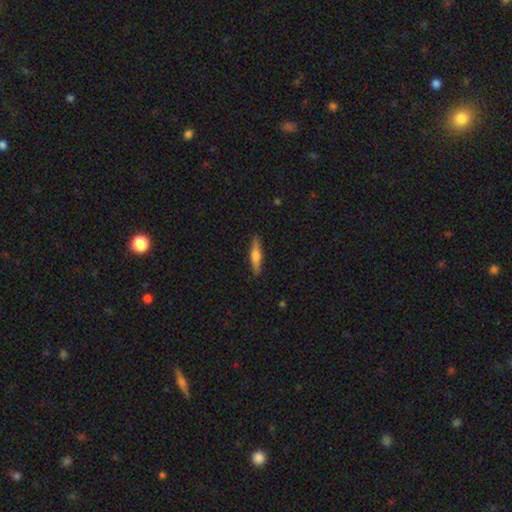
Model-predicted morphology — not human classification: Smooth or featured: smooth — 54% (featured or disk — 40%)
How rounded: cigar-shaped — 79% (in between — 19%)
Merging: none — 88% (minor disturbance — 9%)